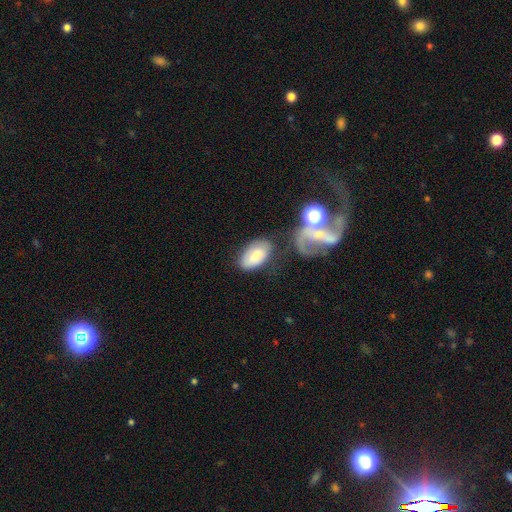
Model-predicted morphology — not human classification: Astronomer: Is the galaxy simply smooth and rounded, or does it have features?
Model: smooth — 72%.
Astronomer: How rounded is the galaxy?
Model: in between — 93%.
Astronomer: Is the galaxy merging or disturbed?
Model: none — 56%.